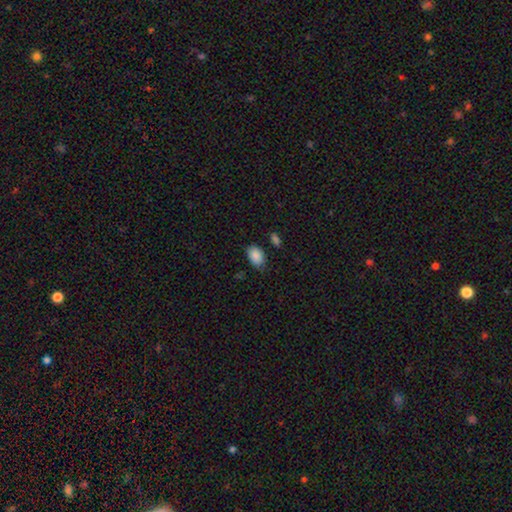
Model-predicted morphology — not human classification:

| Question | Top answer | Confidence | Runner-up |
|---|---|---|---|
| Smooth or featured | smooth | 88% | star or artifact (7%) |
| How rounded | in between | 89% | round (10%) |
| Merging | none | 74% | minor disturbance (20%) |